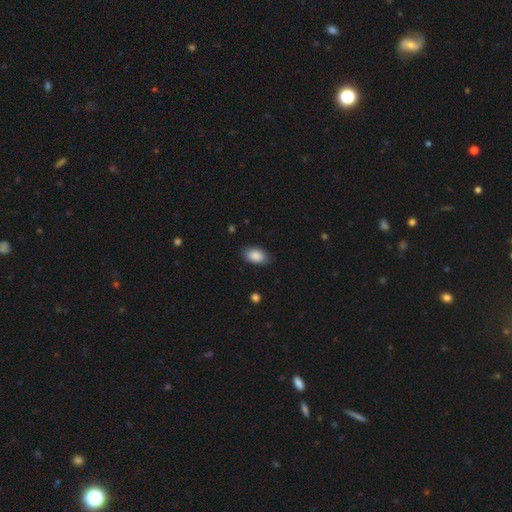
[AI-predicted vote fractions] Morphology: type=smooth (89%); roundness=in between (92%); merging=none (85%).